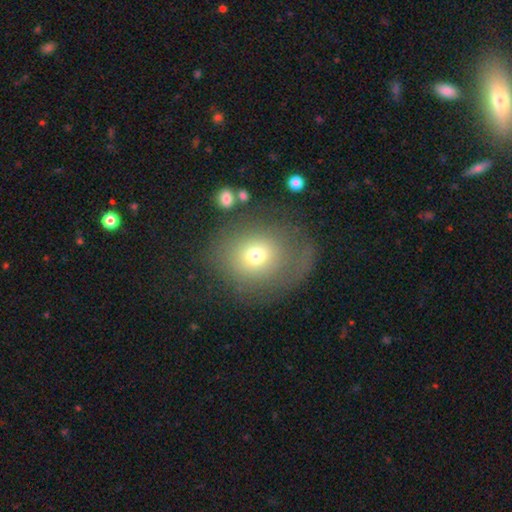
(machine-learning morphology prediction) smooth 65%, featured or disk 21%, star or artifact 14%. Down the decision tree: how rounded — round (71%); merging — none (58%).